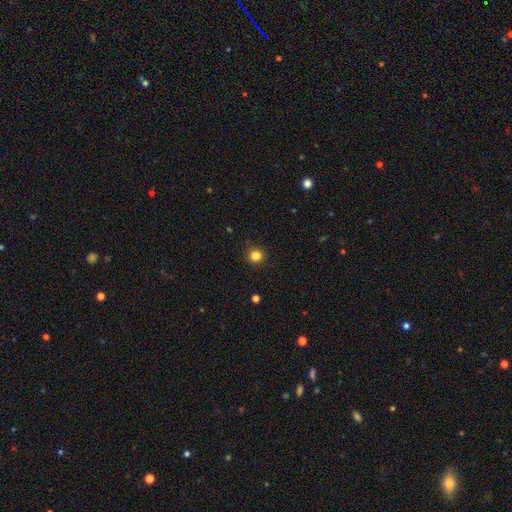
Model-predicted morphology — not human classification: This appears to be a smooth galaxy with no disk features (83%) that is round (91%). Merging: none (91%).